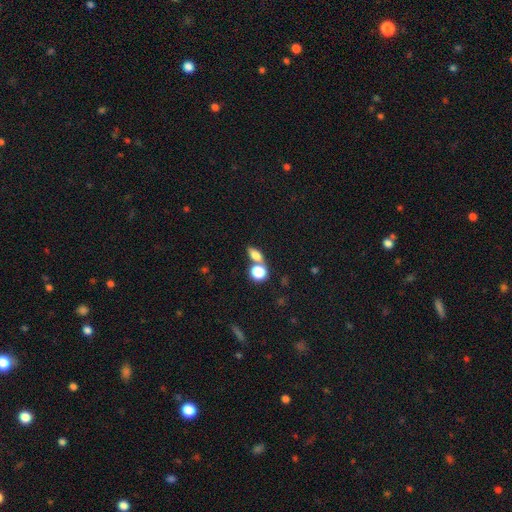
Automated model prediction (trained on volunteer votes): Morphology: type=smooth (73%); roundness=in between (64%); merging=none (50%).